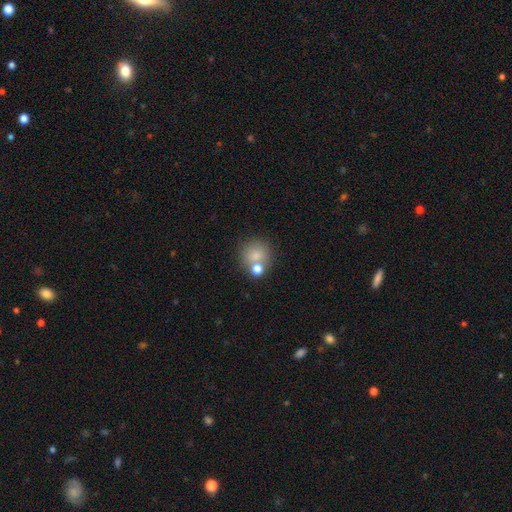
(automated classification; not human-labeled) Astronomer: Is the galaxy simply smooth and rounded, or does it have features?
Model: smooth — 78%.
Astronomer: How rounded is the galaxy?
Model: round — 86%.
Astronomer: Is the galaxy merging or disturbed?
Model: none — 58%.